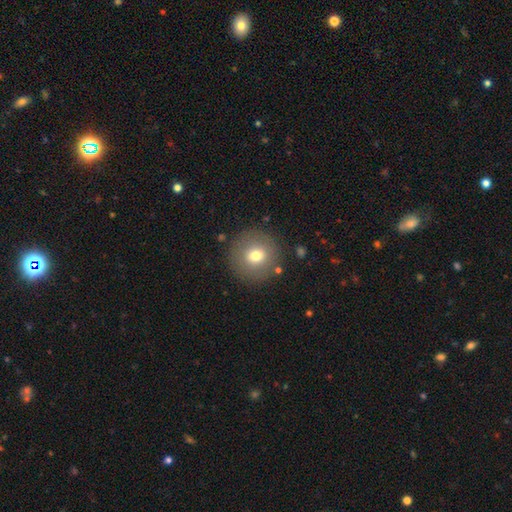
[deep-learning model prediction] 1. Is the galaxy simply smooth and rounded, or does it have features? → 72% smooth, 17% featured or disk, 11% star or artifact.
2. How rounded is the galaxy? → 95% round, 4% in between, 1% cigar-shaped.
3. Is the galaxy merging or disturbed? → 87% none, 7% minor disturbance, 3% major disturbance, 2% merger.